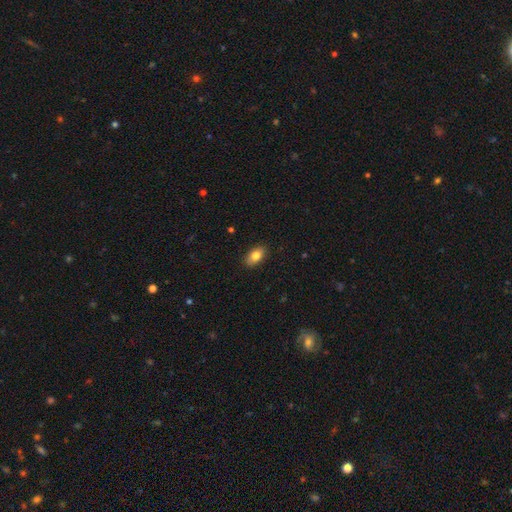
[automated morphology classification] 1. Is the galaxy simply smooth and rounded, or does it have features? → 79% smooth, 13% featured or disk, 7% star or artifact.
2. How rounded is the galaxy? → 90% in between, 7% round, 4% cigar-shaped.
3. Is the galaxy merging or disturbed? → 88% none, 9% minor disturbance, 2% major disturbance, 1% merger.